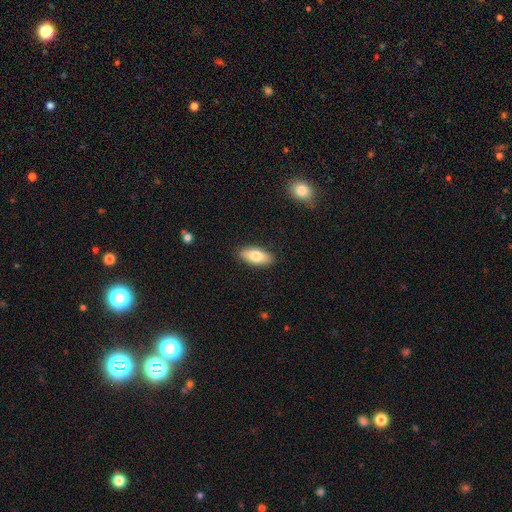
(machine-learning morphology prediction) This is likely a smooth galaxy (77%). How rounded: clearly in between (83%). Merging: clearly none (89%).